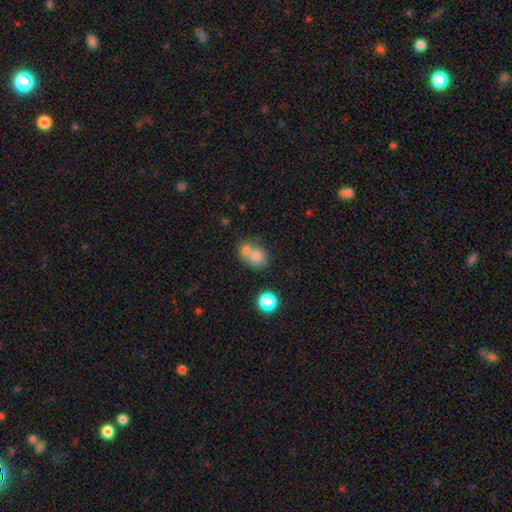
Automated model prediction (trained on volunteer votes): A smooth galaxy with no disk features (74%) that is round (62%).

Vote fractions:
- Smooth or featured? smooth: 74% / featured or disk: 15% / star or artifact: 12%
- How rounded? round: 62% / in between: 37% / cigar-shaped: 1%
- Merging? merger: 53% / none: 35% / minor disturbance: 9% / major disturbance: 4%